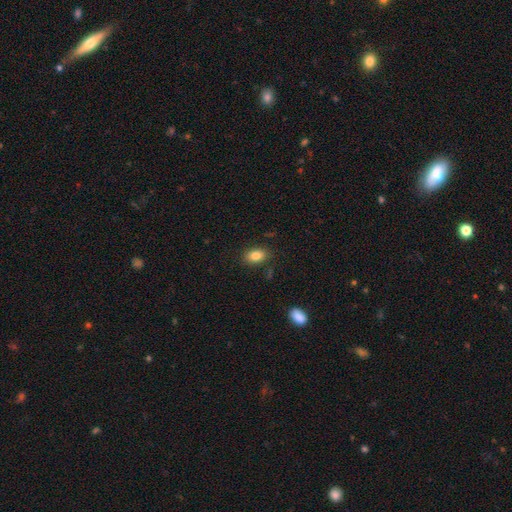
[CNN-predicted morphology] Smooth or featured? smooth (83%)
How rounded? in between (83%)
Merging? none (86%)